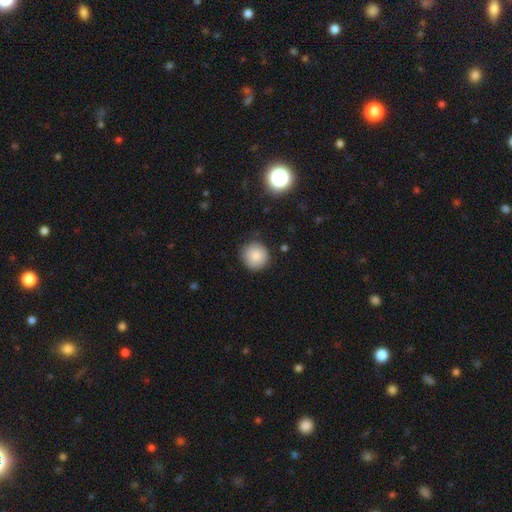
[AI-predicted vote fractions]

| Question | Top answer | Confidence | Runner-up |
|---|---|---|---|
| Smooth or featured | smooth | 84% | star or artifact (9%) |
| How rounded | round | 94% | in between (5%) |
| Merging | none | 87% | minor disturbance (9%) |